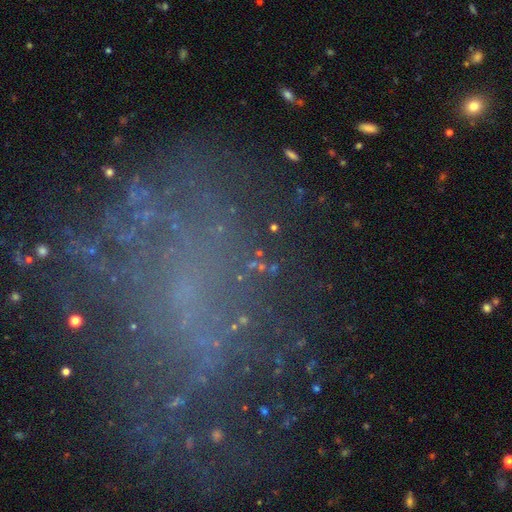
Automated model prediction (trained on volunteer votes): Smooth or featured: star or artifact — 40% (featured or disk — 38%)